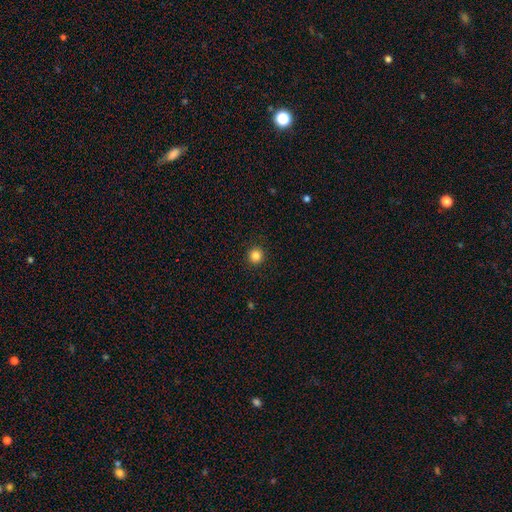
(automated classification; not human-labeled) smooth 84%, star or artifact 11%, featured or disk 4%. Down the decision tree: how rounded — round (94%); merging — none (93%).